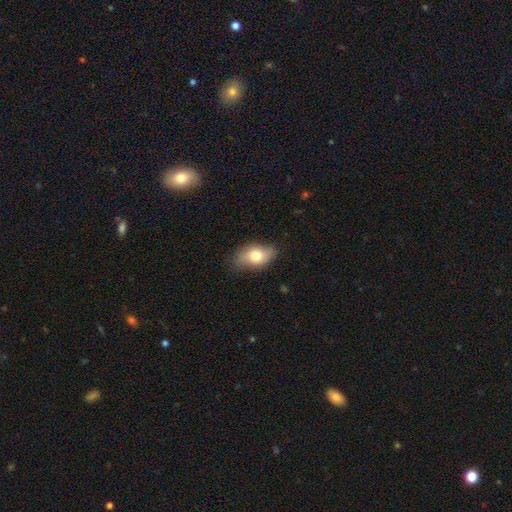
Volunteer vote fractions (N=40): Volunteers were most divided on "merging": none: 74%, minor disturbance: 21%, major disturbance: 5%, merger: 0%. More confident: how rounded — in between (94%); smooth or featured — smooth (82%).